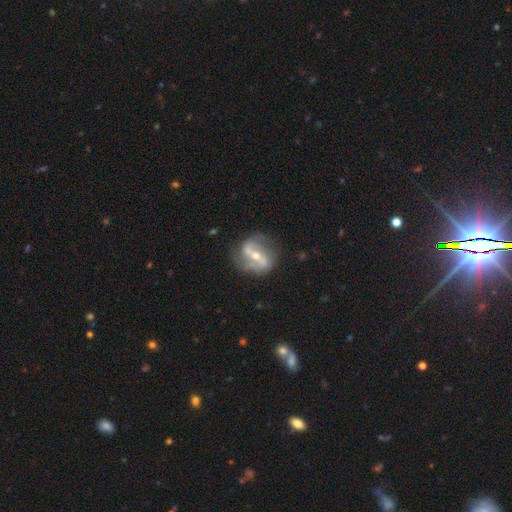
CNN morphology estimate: Smooth or featured? featured or disk (82%)
Edge-on disk? no (94%)
Bar? strong (57%)
Spiral arms? yes (86%)
Spiral winding? loose (48%)
Spiral arm count? 2 (86%)
Bulge size? moderate (55%)
Merging? none (73%)